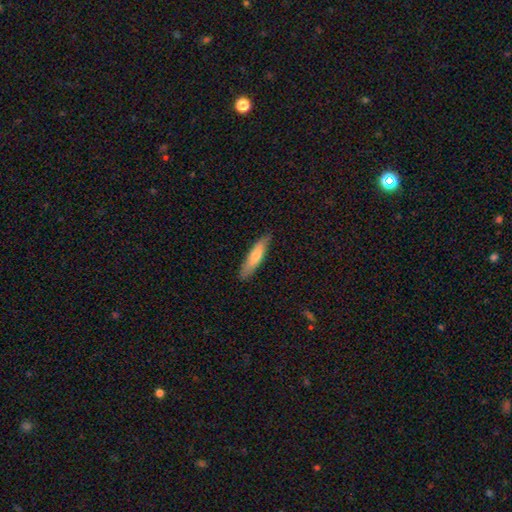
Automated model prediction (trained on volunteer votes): Smooth or featured: smooth — 69% (featured or disk — 26%)
How rounded: cigar-shaped — 77% (in between — 21%)
Merging: none — 83% (minor disturbance — 14%)